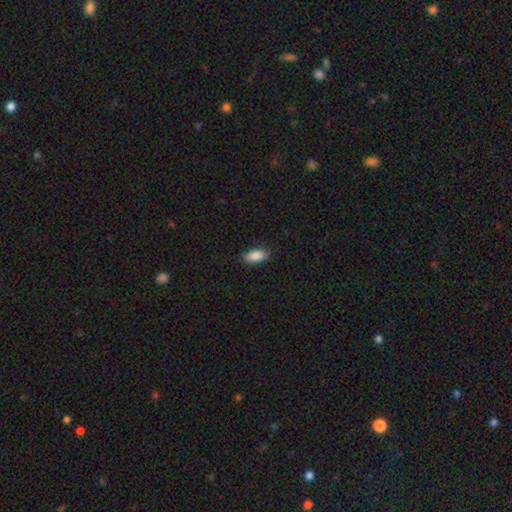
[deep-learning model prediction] Q: Smooth or featured?
A: smooth (89%); runner-up: star or artifact (7%)
Q: How rounded?
A: in between (91%); runner-up: cigar-shaped (6%)
Q: Merging?
A: none (86%); runner-up: minor disturbance (11%)